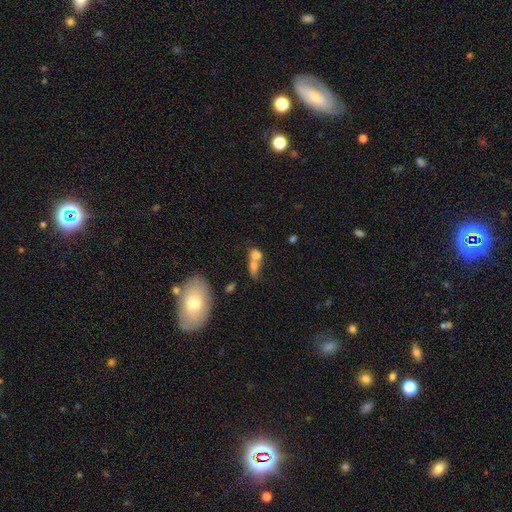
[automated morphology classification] smooth_or_featured: smooth (p=0.72) [alt: featured or disk p=0.17]
how_rounded: in between (p=0.62) [alt: round p=0.30]
merging: merger (p=0.68) [alt: none p=0.19]